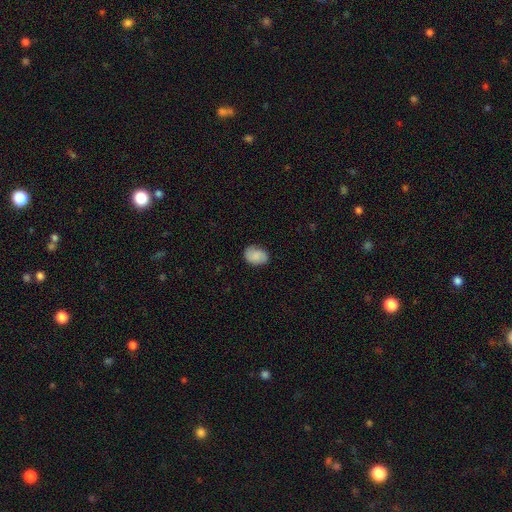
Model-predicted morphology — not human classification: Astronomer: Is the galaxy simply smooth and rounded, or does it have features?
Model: smooth — 73%.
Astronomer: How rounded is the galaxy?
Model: in between — 75%.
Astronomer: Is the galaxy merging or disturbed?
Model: none — 80%.